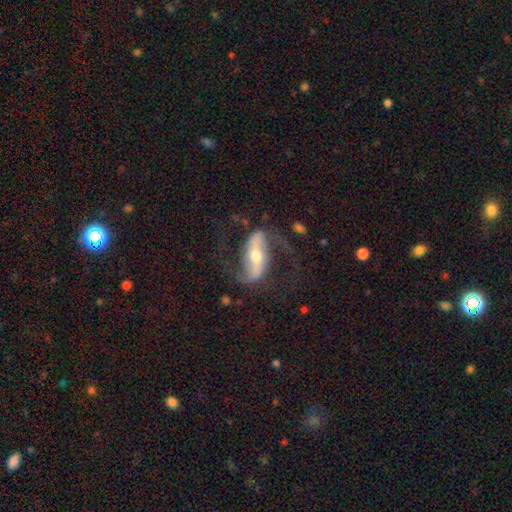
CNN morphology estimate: Smooth or featured? featured or disk (86%)
Edge-on disk? no (91%)
Bar? strong (62%)
Spiral arms? yes (95%)
Spiral winding? loose (56%)
Spiral arm count? 2 (93%)
Bulge size? moderate (59%)
Merging? none (72%)